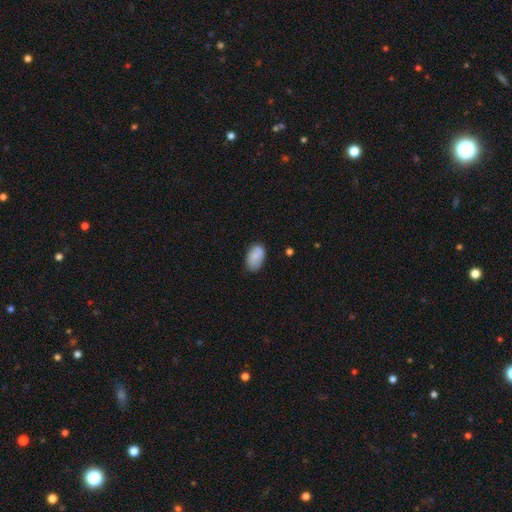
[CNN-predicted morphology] Overall: smooth (81%). How rounded: in between (92%). Merging: none (73%).